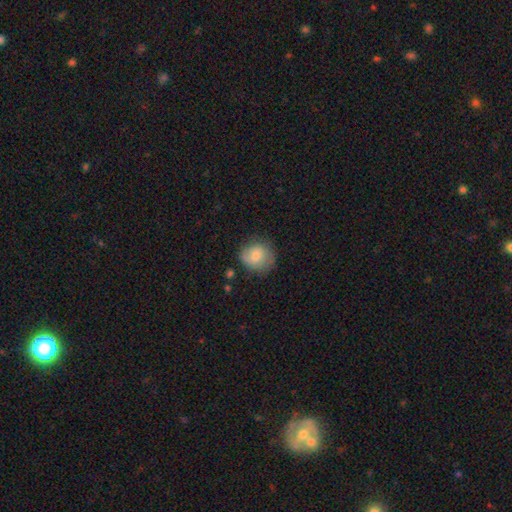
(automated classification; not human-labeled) This appears to be a smooth galaxy with no disk features (74%) that is round (82%). Merging: none (70%).